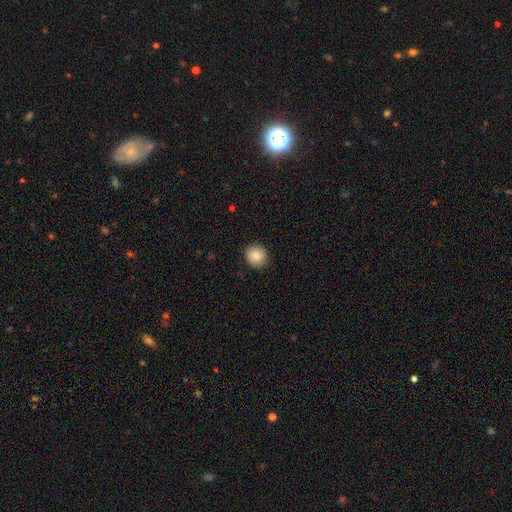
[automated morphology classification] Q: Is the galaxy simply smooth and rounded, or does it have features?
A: smooth — 78%.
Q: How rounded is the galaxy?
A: round — 87%.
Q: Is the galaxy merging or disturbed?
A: none — 87%.